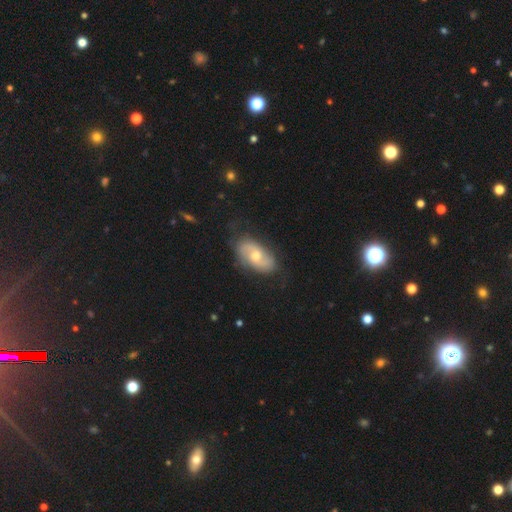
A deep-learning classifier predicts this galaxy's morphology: featured or disk 65%, smooth 29%, star or artifact 6%. Down the decision tree: edge-on disk — no (94%); bar — no (61%); spiral arms — yes (85%); spiral arm count — 2 (79%); spiral winding — medium (42%); bulge size — moderate (68%); merging — none (73%).